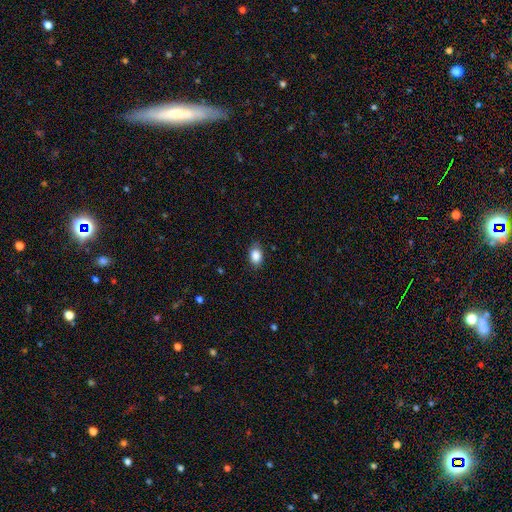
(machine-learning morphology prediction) type=smooth (88%); roundness=in between (77%); merging=none (82%).